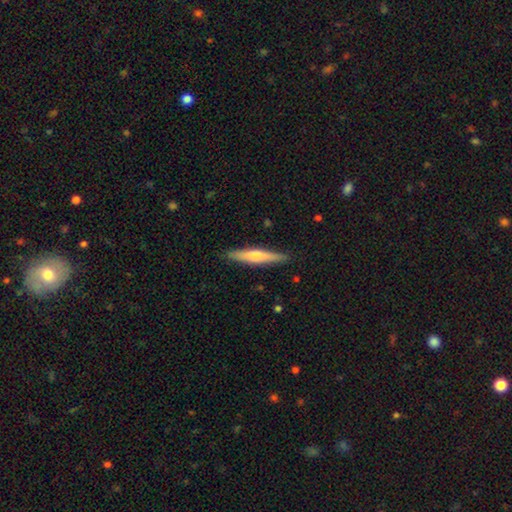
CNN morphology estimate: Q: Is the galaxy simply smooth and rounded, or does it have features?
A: smooth — 56%.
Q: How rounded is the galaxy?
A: cigar-shaped — 91%.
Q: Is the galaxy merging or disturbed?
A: none — 89%.